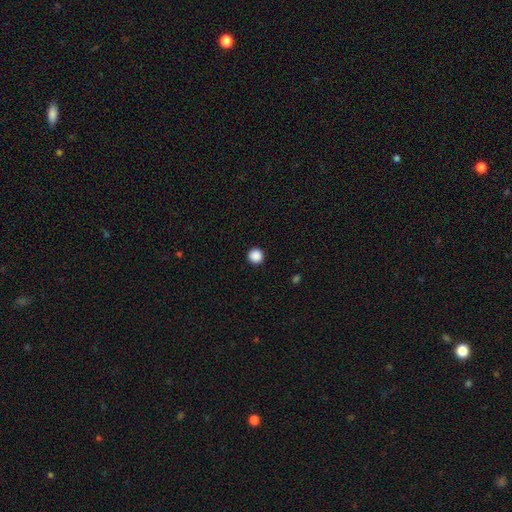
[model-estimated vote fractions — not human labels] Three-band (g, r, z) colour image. It shows a smooth galaxy with no disk features (88%) that is round (96%). Merging: none (94%).